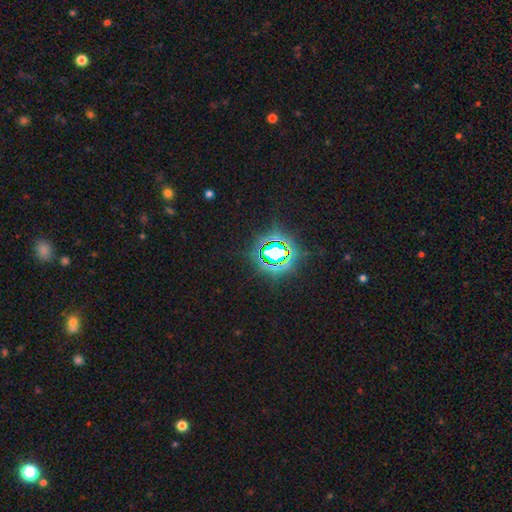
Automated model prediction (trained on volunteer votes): A star or artifact, not a galaxy (83%).

Vote fractions:
- Smooth or featured? star or artifact: 83% / smooth: 11% / featured or disk: 6%